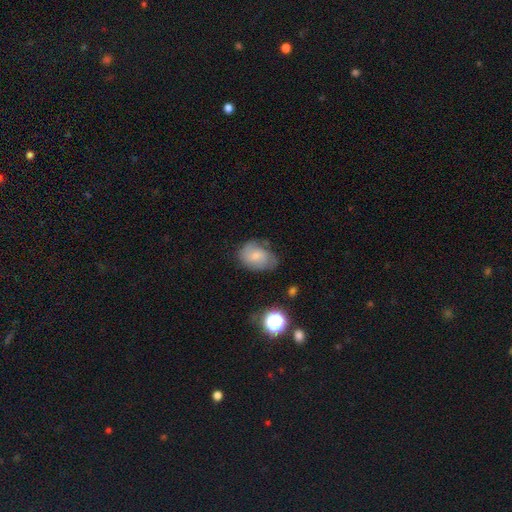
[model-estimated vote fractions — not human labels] smooth 62%, featured or disk 29%, star or artifact 9%. Down the decision tree: how rounded — in between (75%); merging — none (54%).